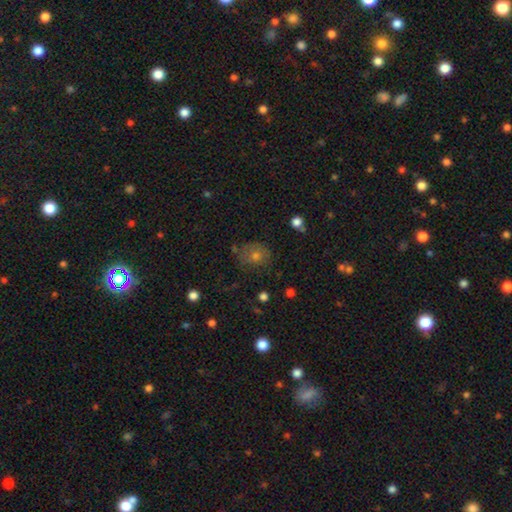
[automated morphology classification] Overall: smooth (61%). How rounded: round (66%; in between 32%). Merging: none (69%).